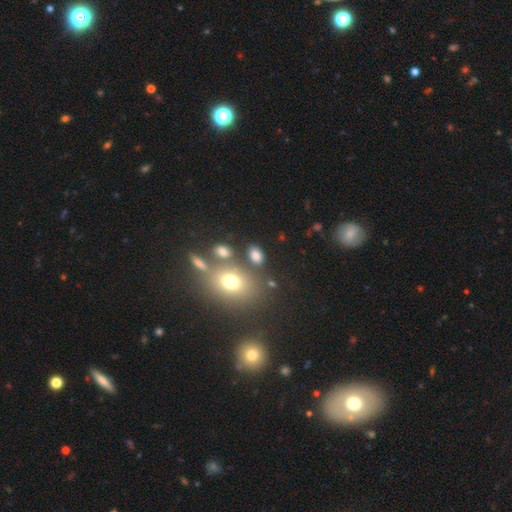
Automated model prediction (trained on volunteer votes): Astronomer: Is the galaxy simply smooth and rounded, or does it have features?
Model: smooth — 76%.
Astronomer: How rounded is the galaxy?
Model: in between — 82%.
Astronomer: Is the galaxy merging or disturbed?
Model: none — 68%.